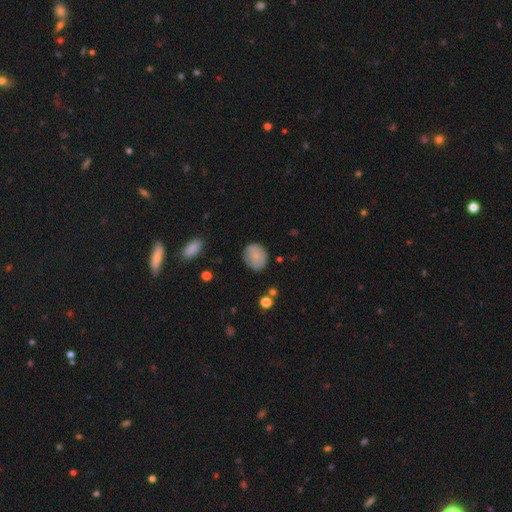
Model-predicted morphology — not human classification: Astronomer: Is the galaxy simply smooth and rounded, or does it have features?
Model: smooth — 80%.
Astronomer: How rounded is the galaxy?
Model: round — 62%.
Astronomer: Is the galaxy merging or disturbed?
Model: none — 75%.